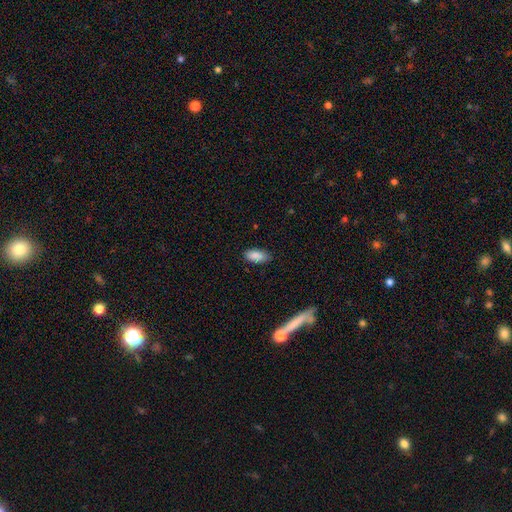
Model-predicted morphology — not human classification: Smooth or featured?
  - smooth: 88% *
  - star or artifact: 7%
  - featured or disk: 5%
How rounded?
  - in between: 89% *
  - cigar-shaped: 8%
  - round: 2%
Merging?
  - none: 82% *
  - minor disturbance: 14%
  - major disturbance: 3%
  - merger: 1%